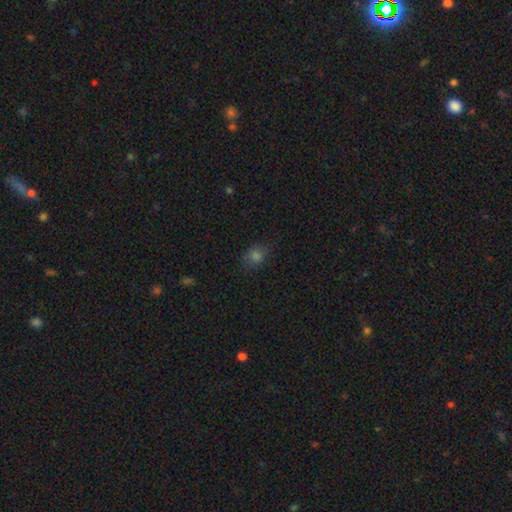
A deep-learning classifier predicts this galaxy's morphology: smooth 69%, star or artifact 22%, featured or disk 9%. Down the decision tree: how rounded — in between (53%); merging — none (74%).